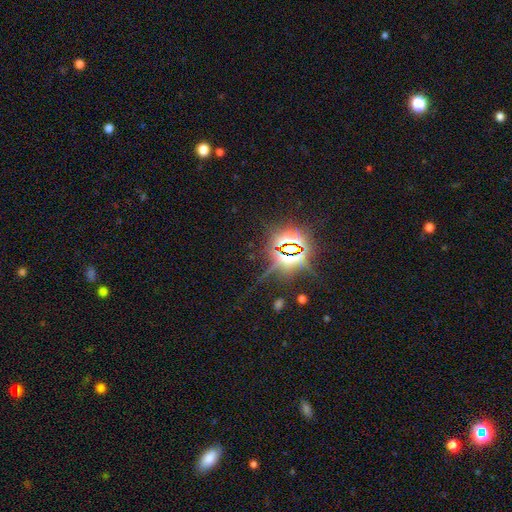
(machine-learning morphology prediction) Smooth or featured? star or artifact (85%)